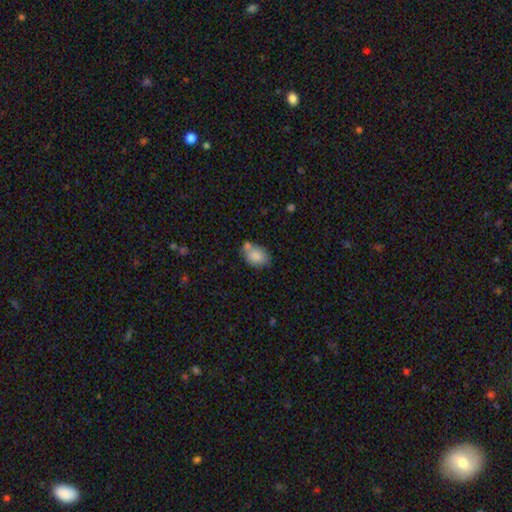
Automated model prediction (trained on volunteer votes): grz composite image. It shows a smooth galaxy with no disk features (83%) that is in between round and cigar-shaped (79%). Merging: none (49%).